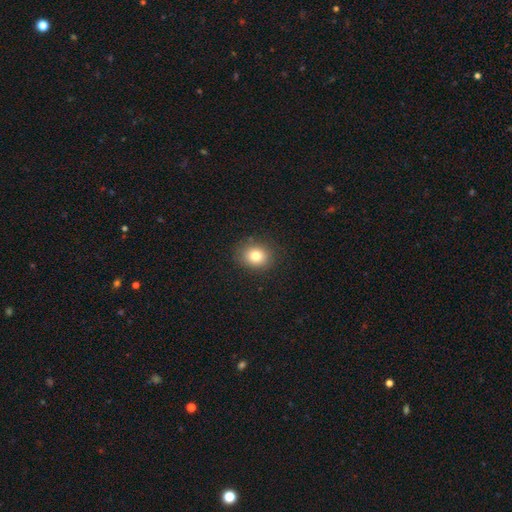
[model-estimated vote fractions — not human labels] The model was most divided on "how rounded": round: 65%, in between: 34%, cigar-shaped: 1%. More confident: merging — none (87%); smooth or featured — smooth (80%).